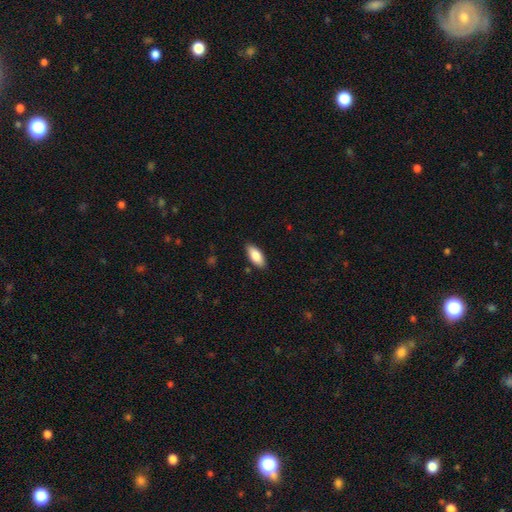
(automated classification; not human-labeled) Morphology: type=smooth (86%); roundness=in between (86%); merging=none (87%).